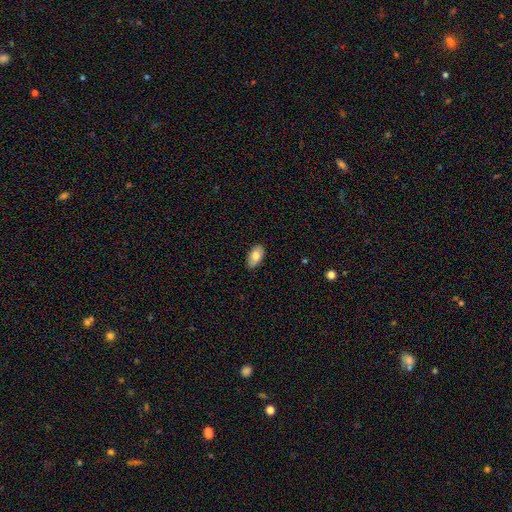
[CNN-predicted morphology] smooth_or_featured: smooth (p=0.78) [alt: featured or disk p=0.16]
how_rounded: in between (p=0.94) [alt: round p=0.04]
merging: none (p=0.85) [alt: minor disturbance p=0.12]